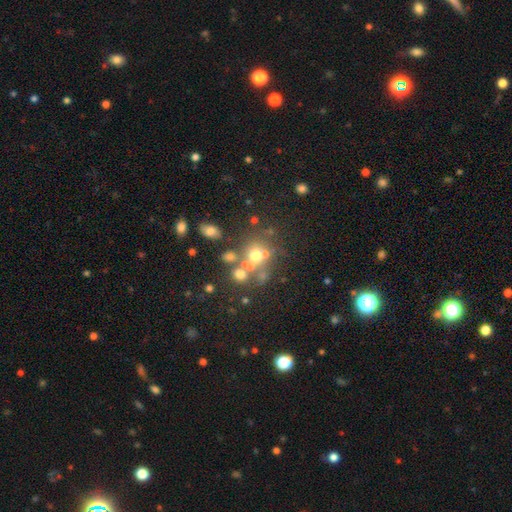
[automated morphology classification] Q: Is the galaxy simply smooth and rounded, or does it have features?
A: smooth — 54%.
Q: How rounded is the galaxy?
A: round — 77%.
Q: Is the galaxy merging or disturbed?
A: none — 48%.